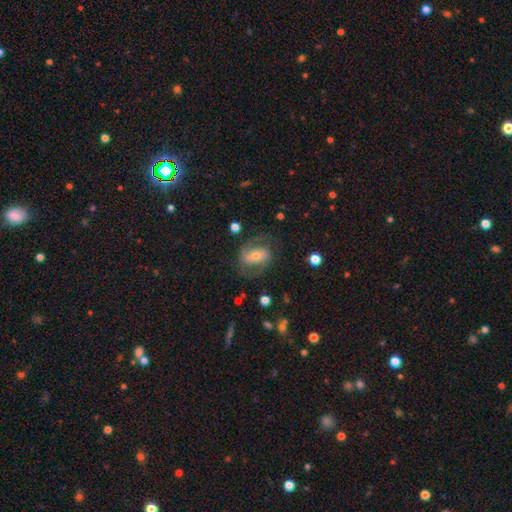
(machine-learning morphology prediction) The model was most divided on "bar": weak: 38%, strong: 32%, no: 30%. Remaining: edge-on disk — no (96%); spiral arm count — 2 (84%); spiral arms — yes (83%); merging — none (70%); smooth or featured — featured or disk (66%); bulge size — moderate (57%); spiral winding — medium (48%).